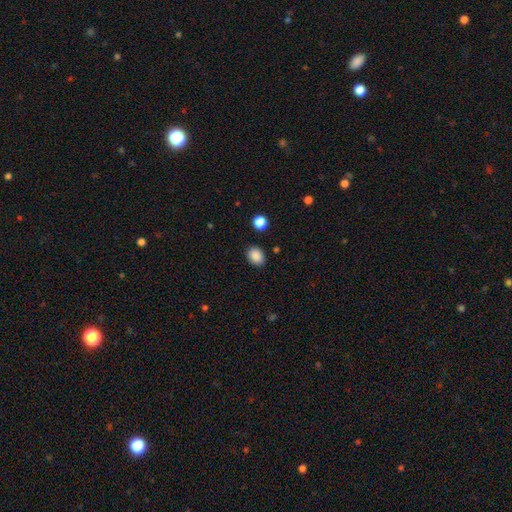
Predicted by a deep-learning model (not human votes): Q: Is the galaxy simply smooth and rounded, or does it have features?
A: smooth — 88%.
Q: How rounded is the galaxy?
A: in between — 58%.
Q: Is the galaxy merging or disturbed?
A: none — 87%.